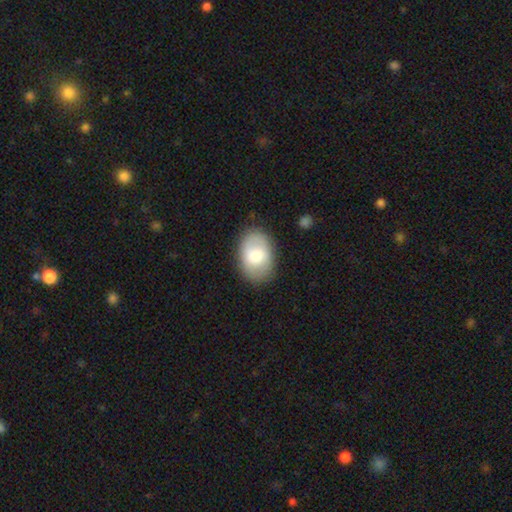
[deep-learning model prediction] Smooth or featured? smooth (71%)
How rounded? in between (81%)
Merging? none (84%)